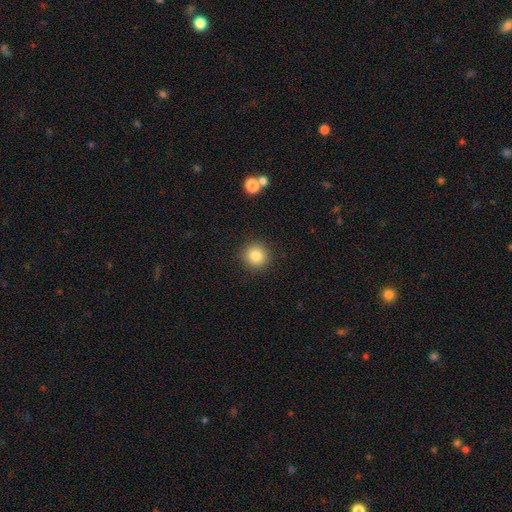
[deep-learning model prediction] This is clearly a smooth galaxy (84%). How rounded: clearly round (94%). Merging: clearly none (91%).